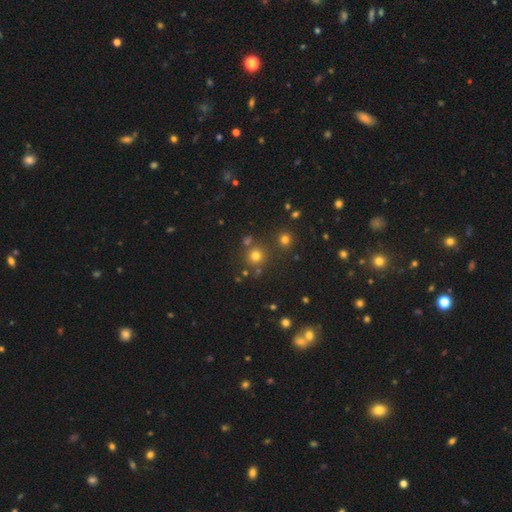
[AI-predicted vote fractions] smooth 71%, star or artifact 22%, featured or disk 7%. Down the decision tree: how rounded — round (92%); merging — none (79%).